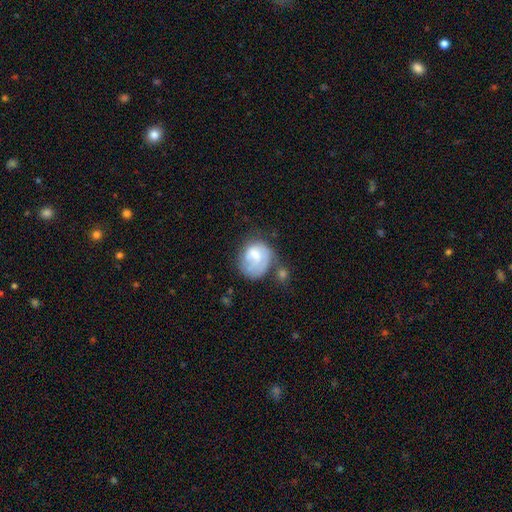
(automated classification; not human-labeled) Smooth or featured: smooth — 51% (featured or disk — 42%)
How rounded: round — 67% (in between — 32%)
Merging: none — 39% (minor disturbance — 27%)